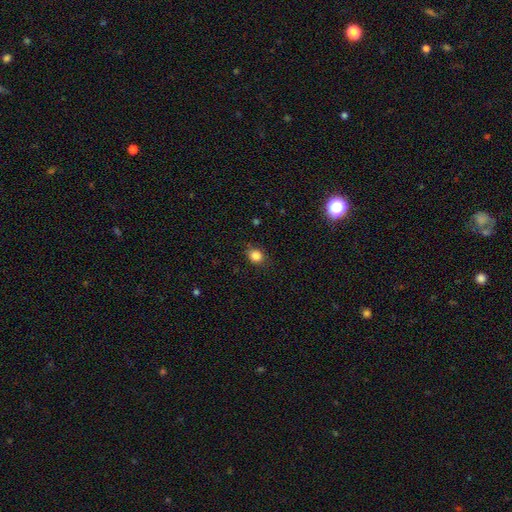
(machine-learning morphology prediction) A smooth galaxy with no disk features (85%) that is round (59%). Merging: none (84%).